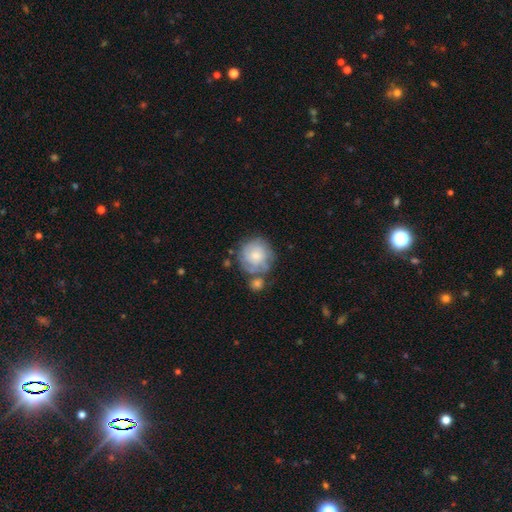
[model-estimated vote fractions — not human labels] Morphology: type=smooth (57%); roundness=round (88%); merging=none (54%).